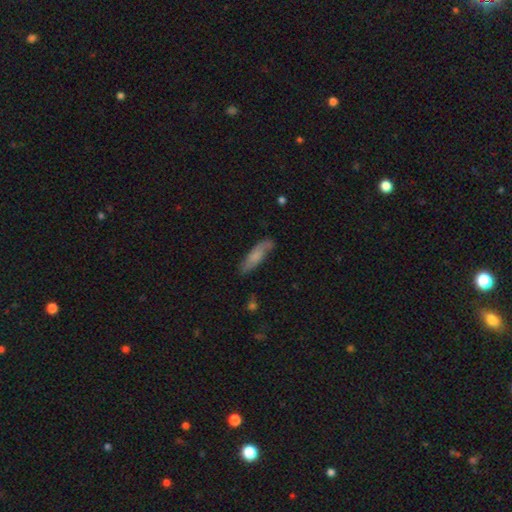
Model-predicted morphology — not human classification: The model was most divided on "how rounded": cigar-shaped: 59%, in between: 39%, round: 2%. More confident: merging — none (72%); smooth or featured — smooth (66%).